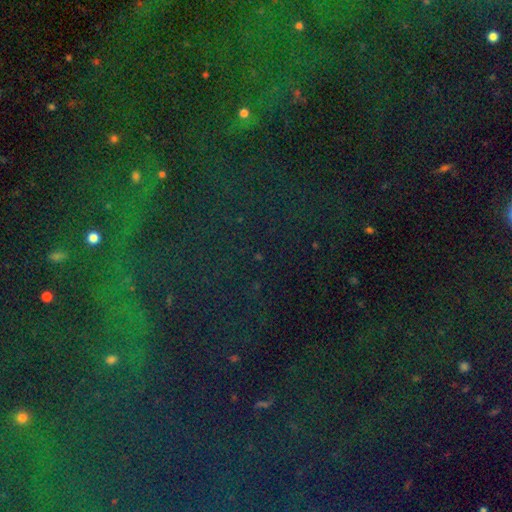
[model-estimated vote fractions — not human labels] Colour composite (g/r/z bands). It shows a star or artifact, not a galaxy (82%).